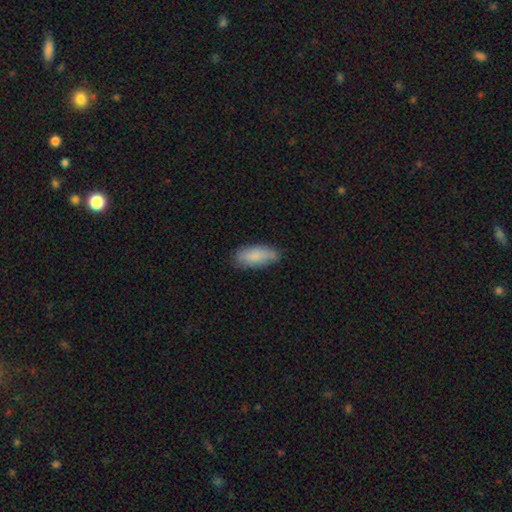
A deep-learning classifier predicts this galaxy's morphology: Smooth or featured?
  - smooth: 85% *
  - featured or disk: 9%
  - star or artifact: 6%
How rounded?
  - in between: 80% *
  - cigar-shaped: 18%
  - round: 2%
Merging?
  - none: 75% *
  - minor disturbance: 20%
  - major disturbance: 4%
  - merger: 2%